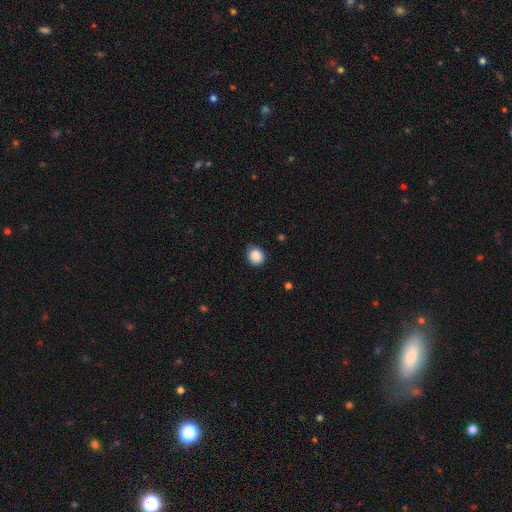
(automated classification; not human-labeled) A smooth galaxy with no disk features (89%) that is round (81%). Merging: none (82%).